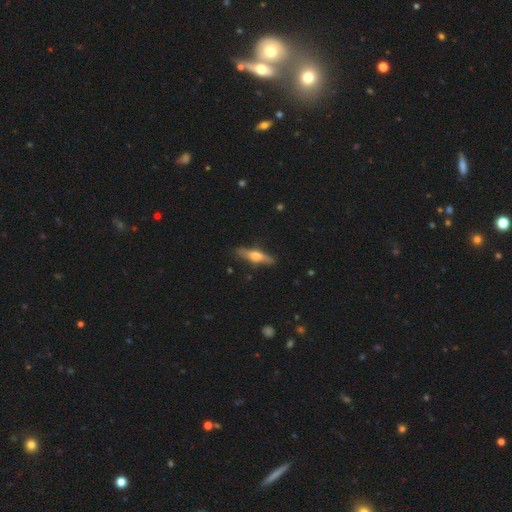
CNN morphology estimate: A featured or disk galaxy (59%) viewed edge-on (95%) with a rounded central bulge (88%).

Vote fractions:
- Smooth or featured? featured or disk: 59% / smooth: 36% / star or artifact: 6%
- Edge-on disk? yes: 95% / no: 5%
- Edge-on bulge? rounded: 88% / boxy: 8% / none: 4%
- Merging? none: 85% / minor disturbance: 11% / major disturbance: 2% / merger: 1%